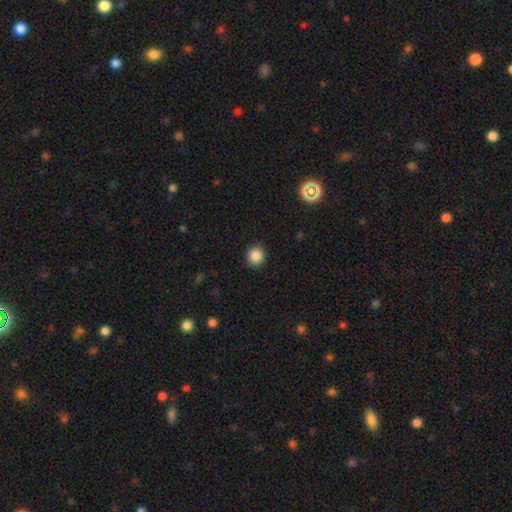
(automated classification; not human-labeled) A smooth galaxy with no disk features (86%) that is round (90%).

Vote fractions:
- Smooth or featured? smooth: 86% / star or artifact: 11% / featured or disk: 3%
- How rounded? round: 90% / in between: 9% / cigar-shaped: 1%
- Merging? none: 91% / minor disturbance: 6% / major disturbance: 2% / merger: 1%